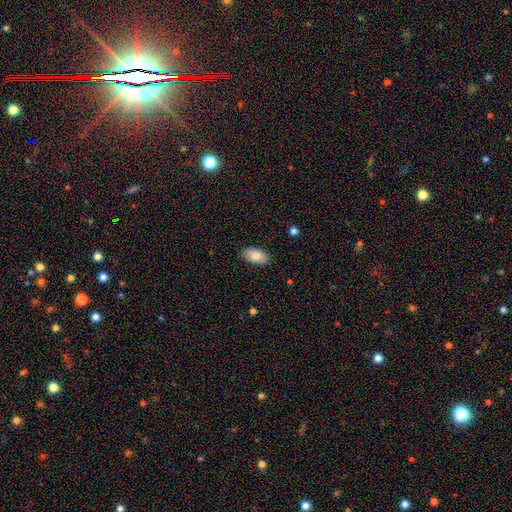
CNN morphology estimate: smooth_or_featured: smooth (p=0.80) [alt: featured or disk p=0.14]
how_rounded: in between (p=0.95) [alt: round p=0.03]
merging: none (p=0.87) [alt: minor disturbance p=0.10]